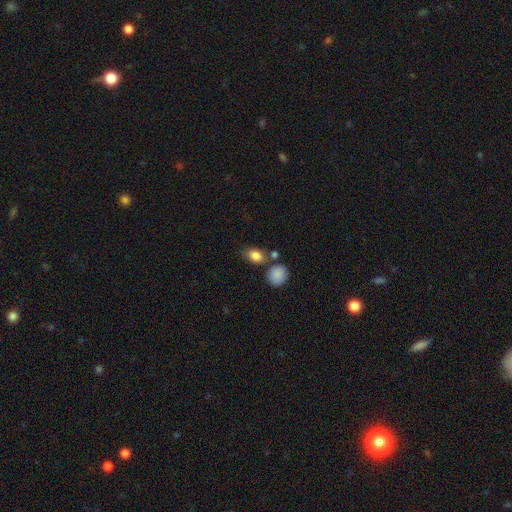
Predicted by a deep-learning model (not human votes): A smooth galaxy with no disk features (85%) that is in between round and cigar-shaped (75%).

Vote fractions:
- Smooth or featured? smooth: 85% / star or artifact: 9% / featured or disk: 6%
- How rounded? in between: 75% / round: 23% / cigar-shaped: 2%
- Merging? none: 62% / merger: 18% / minor disturbance: 16% / major disturbance: 5%